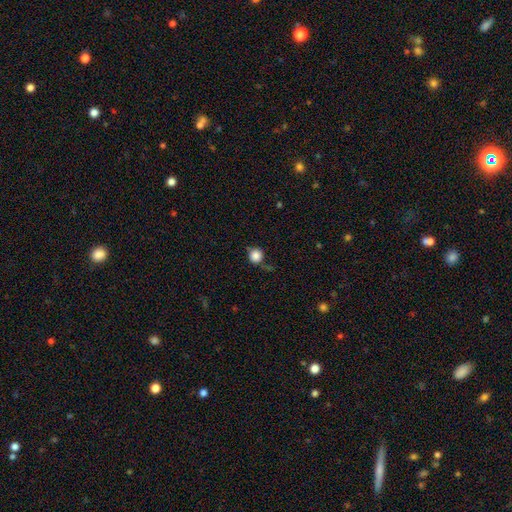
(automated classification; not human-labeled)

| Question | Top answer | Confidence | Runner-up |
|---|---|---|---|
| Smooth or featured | smooth | 85% | star or artifact (11%) |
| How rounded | round | 94% | in between (5%) |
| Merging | none | 76% | minor disturbance (15%) |